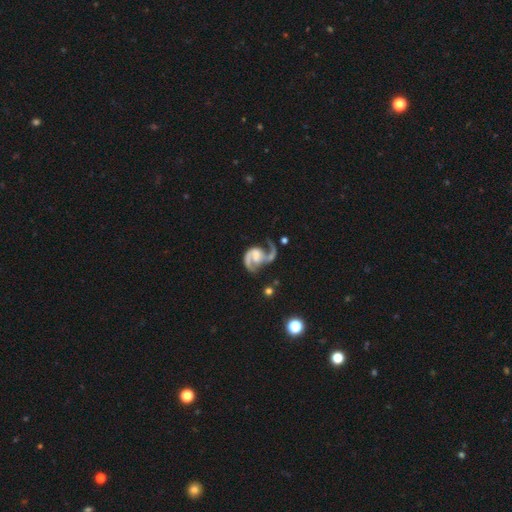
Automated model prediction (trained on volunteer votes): A featured or disk galaxy (90%) with a weak bar (44%), 2 (86%) medium (50%) spiral arms (97%) and no central bulge (30%). Merging: none (46%).